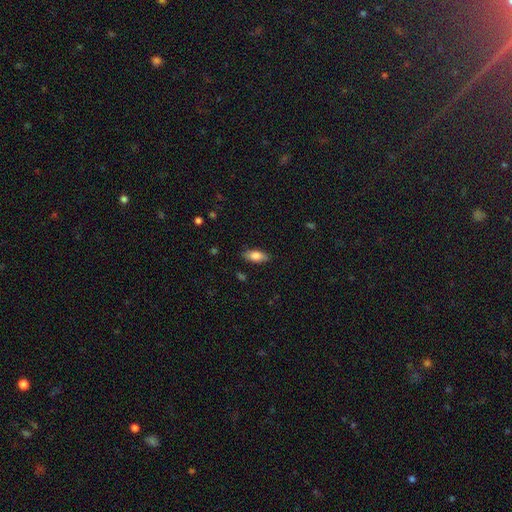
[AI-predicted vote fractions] smooth_or_featured: smooth (p=0.78) [alt: featured or disk p=0.15]
how_rounded: in between (p=0.82) [alt: cigar-shaped p=0.16]
merging: none (p=0.86) [alt: minor disturbance p=0.11]